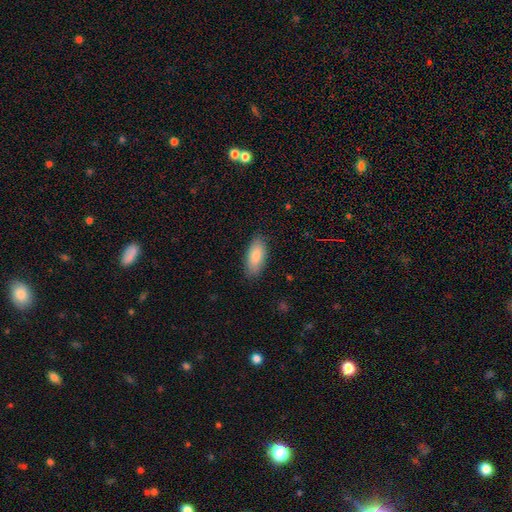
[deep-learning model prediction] Q: Smooth or featured?
A: smooth (84%); runner-up: featured or disk (10%)
Q: How rounded?
A: in between (85%); runner-up: cigar-shaped (13%)
Q: Merging?
A: none (86%); runner-up: minor disturbance (11%)